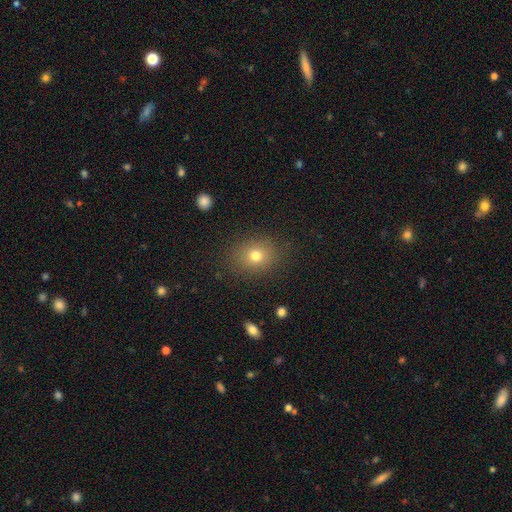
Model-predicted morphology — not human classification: smooth_or_featured: smooth (p=0.75) [alt: star or artifact p=0.13]
how_rounded: round (p=0.57) [alt: in between p=0.42]
merging: none (p=0.85) [alt: minor disturbance p=0.10]